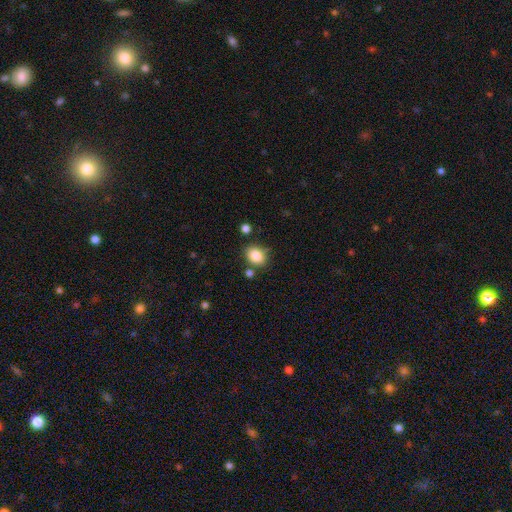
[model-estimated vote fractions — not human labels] Smooth or featured?
  - smooth: 84% *
  - star or artifact: 9%
  - featured or disk: 6%
How rounded?
  - in between: 60% *
  - round: 39%
  - cigar-shaped: 1%
Merging?
  - none: 75% *
  - minor disturbance: 14%
  - merger: 7%
  - major disturbance: 4%